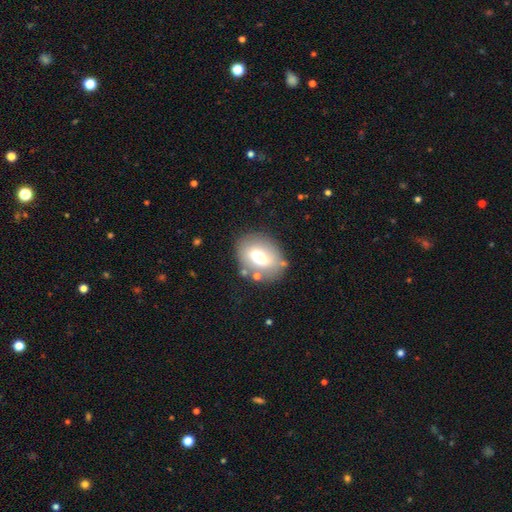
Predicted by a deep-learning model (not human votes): The model was most divided on "smooth or featured": smooth: 64%, featured or disk: 27%, star or artifact: 10%. More confident: merging — none (76%); how rounded — in between (68%).